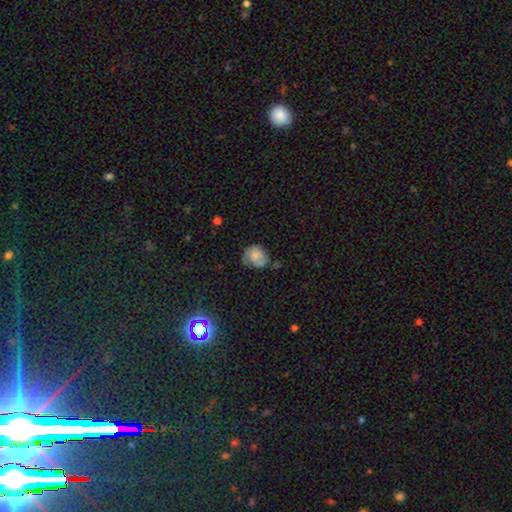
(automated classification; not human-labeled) Smooth or featured?
  - smooth: 54% *
  - featured or disk: 37%
  - star or artifact: 9%
How rounded?
  - round: 69% *
  - in between: 30%
  - cigar-shaped: 1%
Merging?
  - none: 52% *
  - minor disturbance: 31%
  - major disturbance: 14%
  - merger: 3%